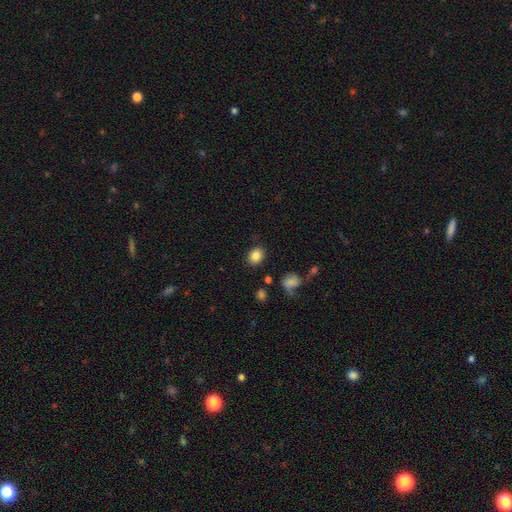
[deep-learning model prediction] This is clearly a smooth galaxy (84%). How rounded: possibly in between (54%). Merging: clearly none (83%).